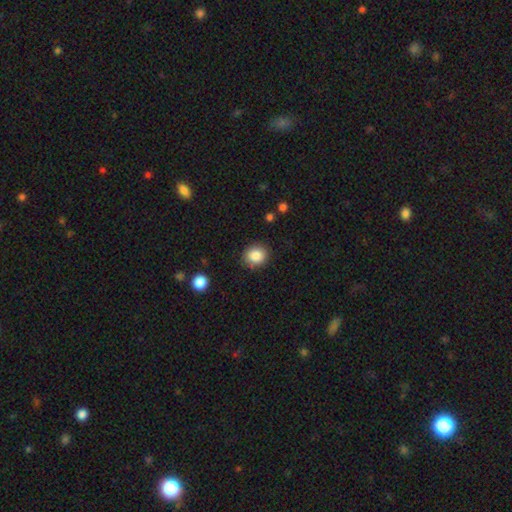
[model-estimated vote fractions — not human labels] smooth-or-featured: smooth: 86% | star or artifact: 9% | featured or disk: 5%
  how-rounded: round: 80% | in between: 19% | cigar-shaped: 1%
  merging: none: 86% | minor disturbance: 10% | major disturbance: 3% | merger: 2%